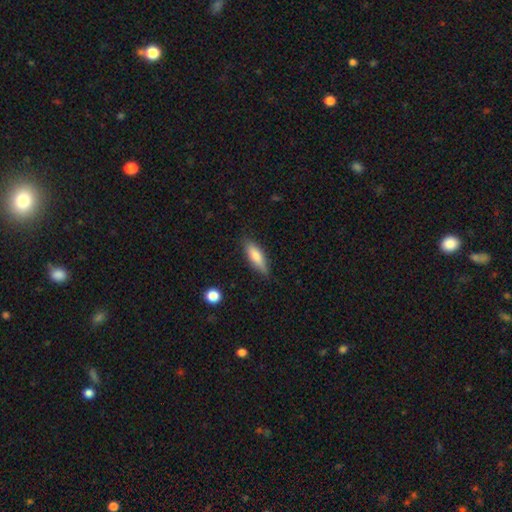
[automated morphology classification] A smooth galaxy with no disk features (77%) that is cigar-shaped (50%).

Vote fractions:
- Smooth or featured? smooth: 77% / featured or disk: 16% / star or artifact: 6%
- How rounded? cigar-shaped: 50% / in between: 48% / round: 2%
- Merging? none: 80% / minor disturbance: 16% / major disturbance: 3% / merger: 1%